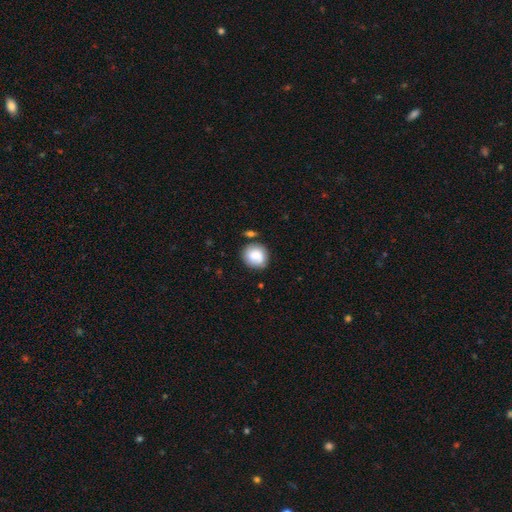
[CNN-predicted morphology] Q: Smooth or featured?
A: smooth (78%); runner-up: featured or disk (14%)
Q: How rounded?
A: round (77%); runner-up: in between (22%)
Q: Merging?
A: none (69%); runner-up: minor disturbance (19%)